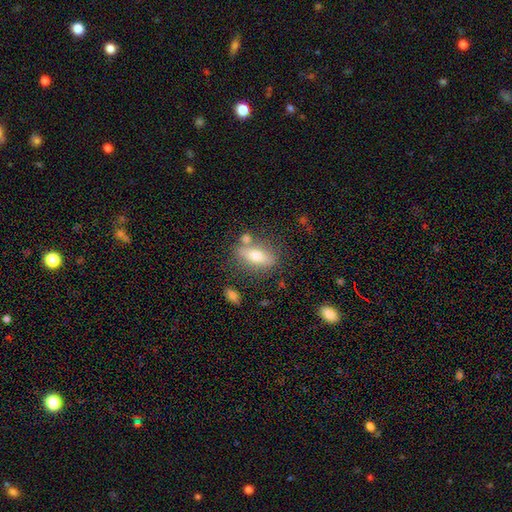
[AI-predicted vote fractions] Morphology: type=smooth (61%); roundness=in between (71%); merging=none (73%).